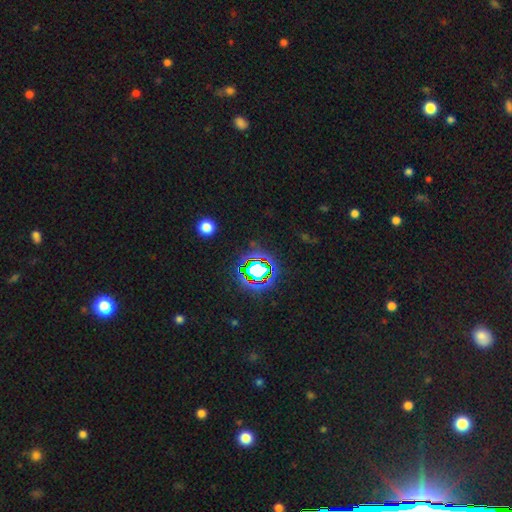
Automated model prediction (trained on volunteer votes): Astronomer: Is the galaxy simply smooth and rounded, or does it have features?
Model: star or artifact — 79%.